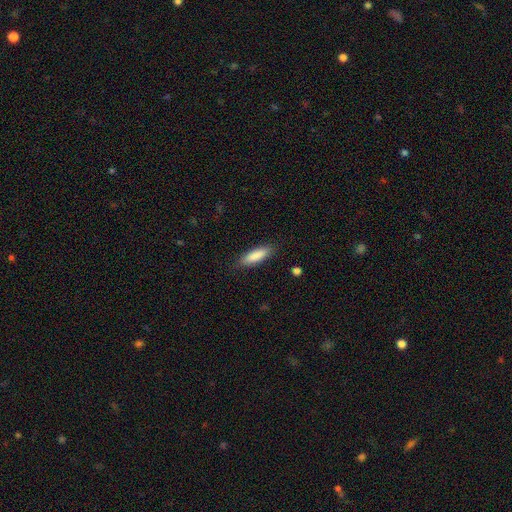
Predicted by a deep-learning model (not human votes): Q: Smooth or featured?
A: smooth (86%); runner-up: featured or disk (8%)
Q: How rounded?
A: cigar-shaped (55%); runner-up: in between (44%)
Q: Merging?
A: none (86%); runner-up: minor disturbance (10%)